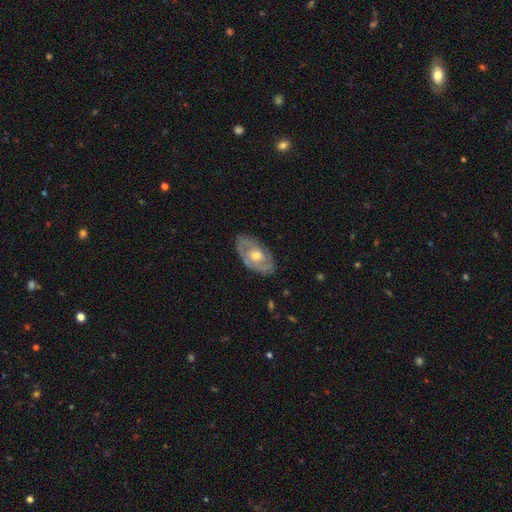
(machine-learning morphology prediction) smooth_or_featured: featured or disk (p=0.69) [alt: smooth p=0.26]
disk_edge_on: no (p=0.91) [alt: yes p=0.09]
bar: no (p=0.78) [alt: weak p=0.18]
has_spiral_arms: yes (p=0.55) [alt: no p=0.45]
bulge_size: moderate (p=0.74) [alt: small p=0.15]
merging: none (p=0.78) [alt: minor disturbance p=0.17]